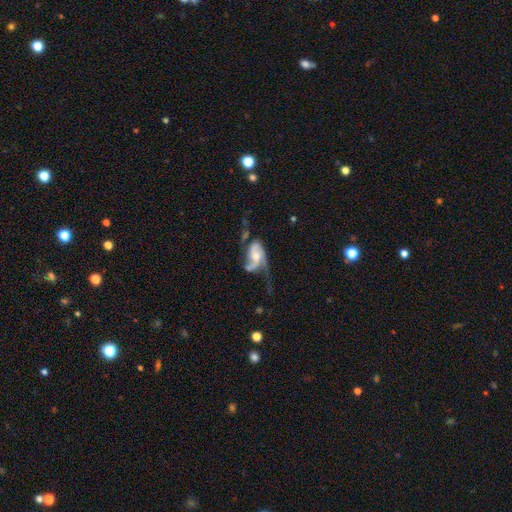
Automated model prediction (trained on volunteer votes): A featured or disk galaxy (80%) with no bar (59%), 2 (75%) loose (54%) spiral arms (91%) and a moderate central bulge (55%). Merging: major disturbance (38%).